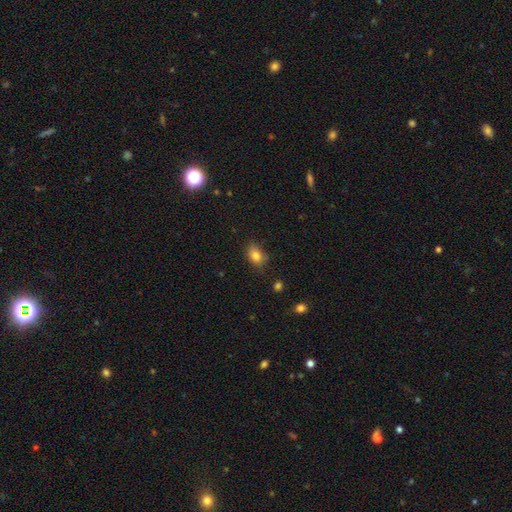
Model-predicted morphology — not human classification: This is clearly a smooth galaxy (82%). How rounded: likely in between (72%). Merging: likely none (72%).